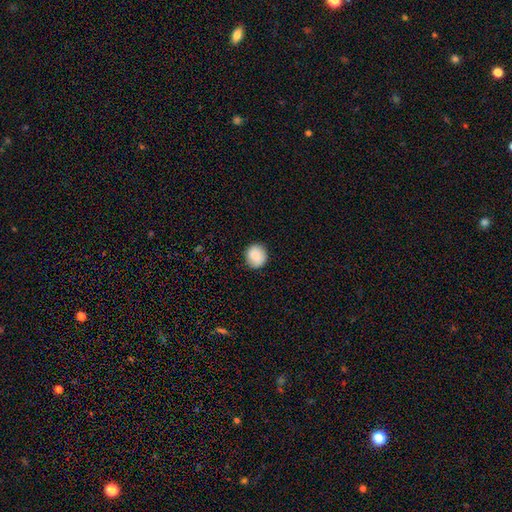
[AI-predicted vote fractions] This is clearly a smooth galaxy (87%). How rounded: clearly round (82%). Merging: clearly none (87%).